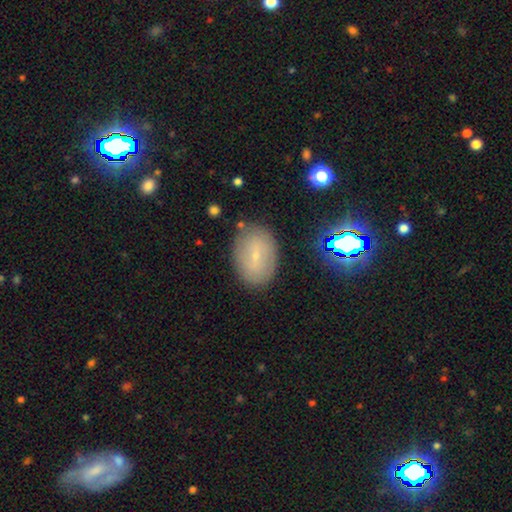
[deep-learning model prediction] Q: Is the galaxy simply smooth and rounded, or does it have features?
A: smooth — 52%.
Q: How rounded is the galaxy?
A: in between — 83%.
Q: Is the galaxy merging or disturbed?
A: none — 81%.